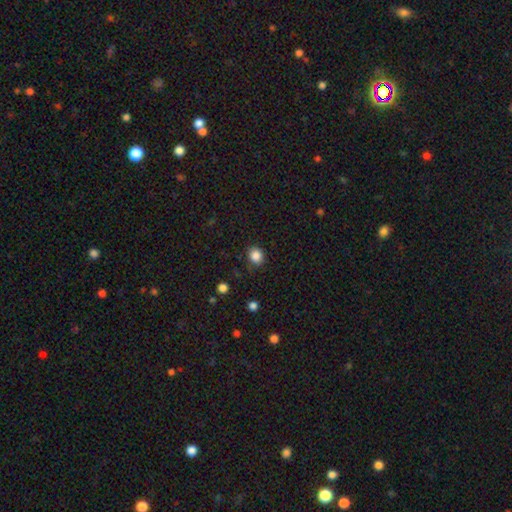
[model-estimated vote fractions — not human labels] Smooth or featured: smooth — 86% (star or artifact — 11%)
How rounded: round — 74% (in between — 25%)
Merging: none — 85% (minor disturbance — 11%)